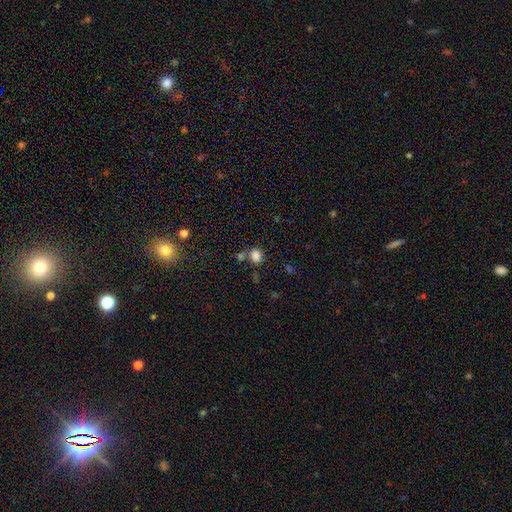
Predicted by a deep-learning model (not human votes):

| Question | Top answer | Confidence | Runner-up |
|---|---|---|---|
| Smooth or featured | smooth | 82% | star or artifact (13%) |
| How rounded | round | 55% | in between (43%) |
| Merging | none | 61% | merger (20%) |